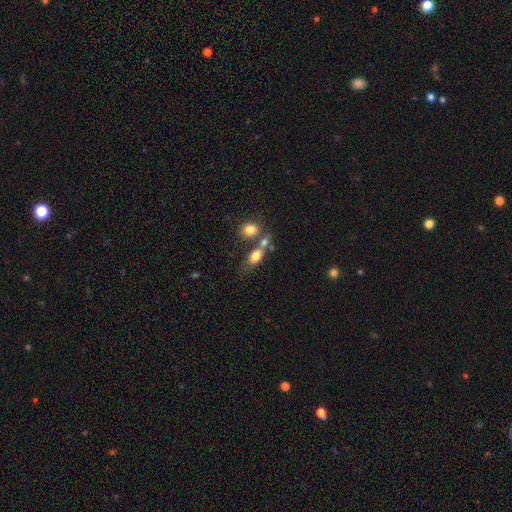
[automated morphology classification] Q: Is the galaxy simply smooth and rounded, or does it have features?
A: smooth — 78%.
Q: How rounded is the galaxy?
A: in between — 76%.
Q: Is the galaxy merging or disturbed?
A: merger — 40%, tied with none.